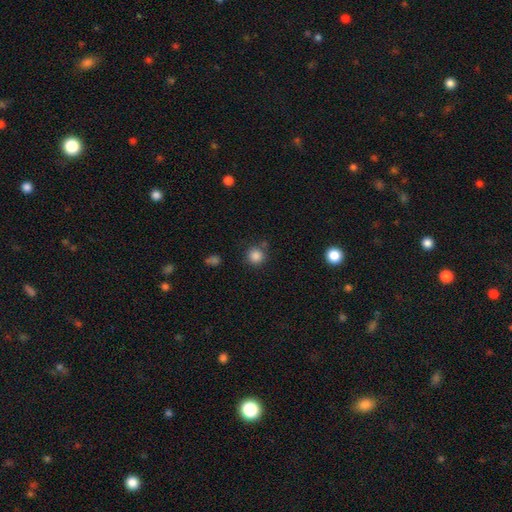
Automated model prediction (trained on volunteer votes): Smooth or featured? Predicted: smooth (p=0.85). How rounded? Predicted: round (p=0.92). Merging? Predicted: none (p=0.78).